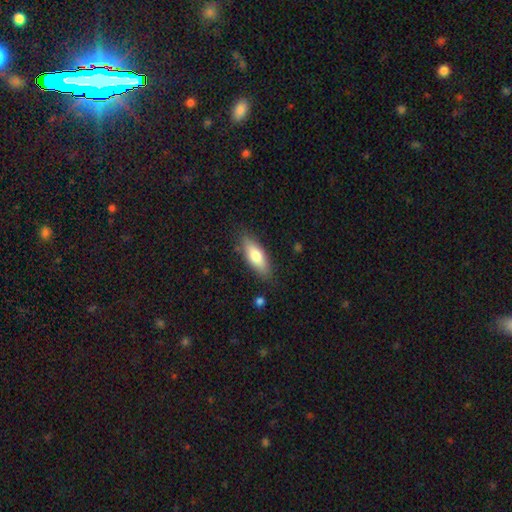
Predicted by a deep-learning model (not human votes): Overall: smooth (74%). How rounded: in between (67%; cigar-shaped 31%). Merging: none (83%).